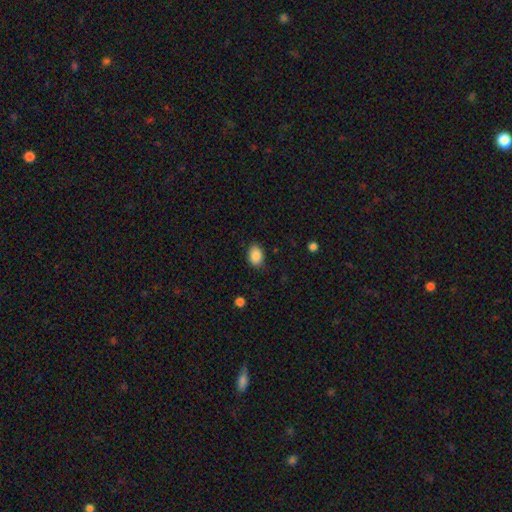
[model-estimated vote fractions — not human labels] Smooth or featured? smooth (88%)
How rounded? in between (77%)
Merging? none (82%)